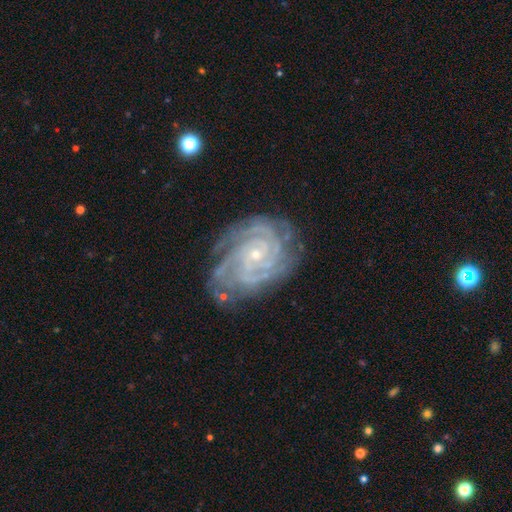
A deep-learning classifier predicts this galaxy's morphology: A featured or disk galaxy (91%) with no bar (72%), 4 (28%) tight (77%) spiral arms (98%) and a small central bulge (81%).

Vote fractions:
- Smooth or featured? featured or disk: 91% / star or artifact: 6% / smooth: 3%
- Edge-on disk? no: 97% / yes: 3%
- Bar? no: 72% / weak: 20% / strong: 8%
- Spiral arms? yes: 98% / no: 2%
- Spiral winding? tight: 77% / medium: 20% / loose: 2%
- Spiral arm count? 4: 28% / 3: 25% / 2: 15% / can't tell: 14% / more than 4: 11% / 1: 7%
- Bulge size? small: 81% / moderate: 15% / none: 1% / large: 1% / dominant: 1%
- Merging? none: 74% / minor disturbance: 19% / major disturbance: 6% / merger: 2%